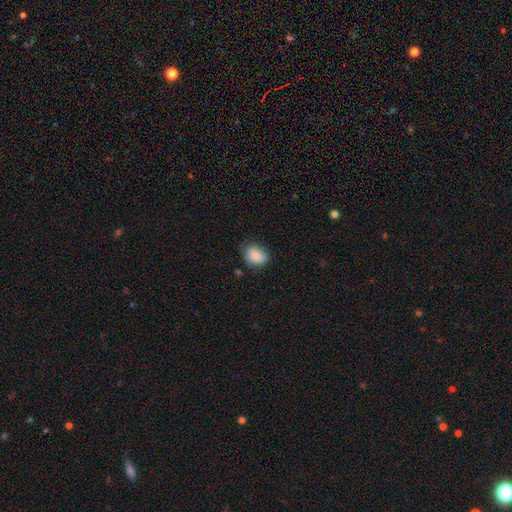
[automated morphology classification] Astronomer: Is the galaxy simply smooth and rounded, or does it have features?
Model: smooth — 86%.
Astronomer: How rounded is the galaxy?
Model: in between — 66%.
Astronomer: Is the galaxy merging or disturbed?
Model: none — 65%.